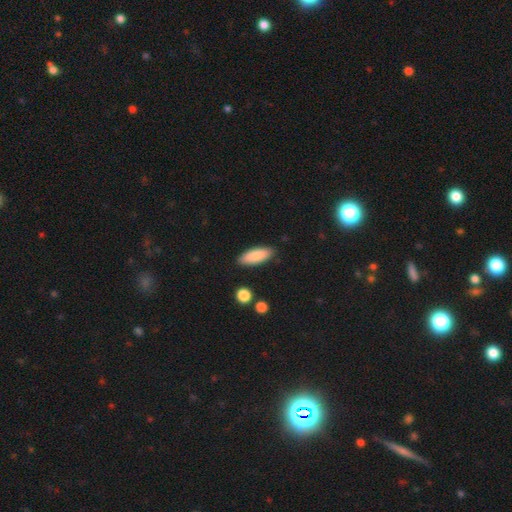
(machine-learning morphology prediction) smooth 87%, featured or disk 7%, star or artifact 6%. Down the decision tree: how rounded — in between (69%); merging — none (87%).